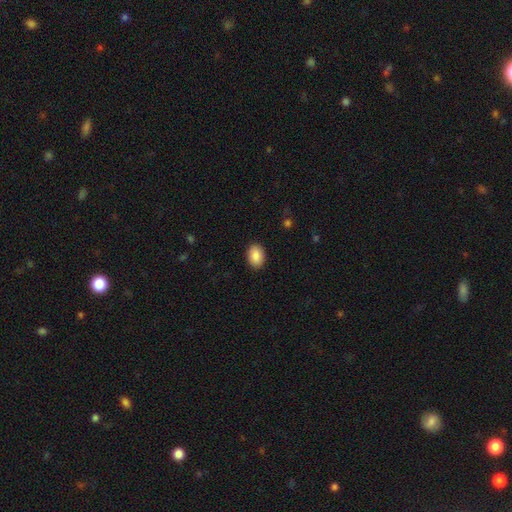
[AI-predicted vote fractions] Q: Smooth or featured?
A: smooth (89%); runner-up: star or artifact (7%)
Q: How rounded?
A: in between (81%); runner-up: round (18%)
Q: Merging?
A: none (90%); runner-up: minor disturbance (7%)